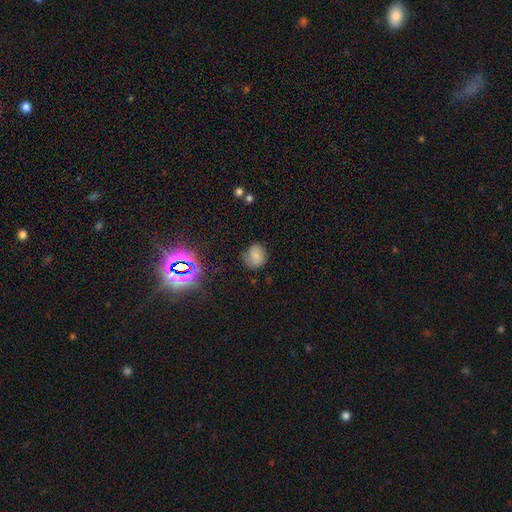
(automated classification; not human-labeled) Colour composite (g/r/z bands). It shows a smooth galaxy with no disk features (68%) that is round (78%). Merging: none (73%).